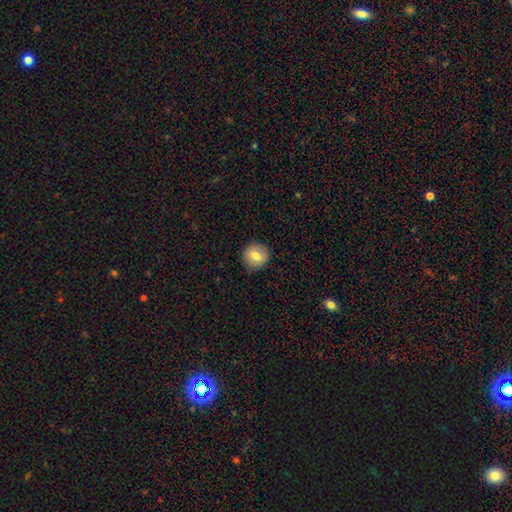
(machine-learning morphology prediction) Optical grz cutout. It shows a smooth galaxy with no disk features (74%) that is round (91%). Merging: none (90%).